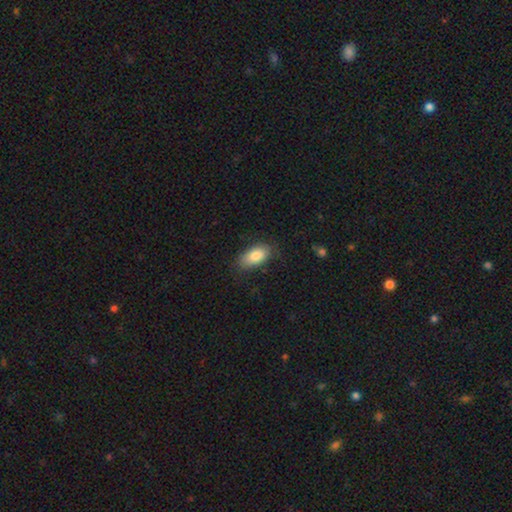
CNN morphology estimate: Smooth or featured: smooth — 84% (featured or disk — 10%)
How rounded: in between — 92% (cigar-shaped — 4%)
Merging: none — 78% (minor disturbance — 17%)